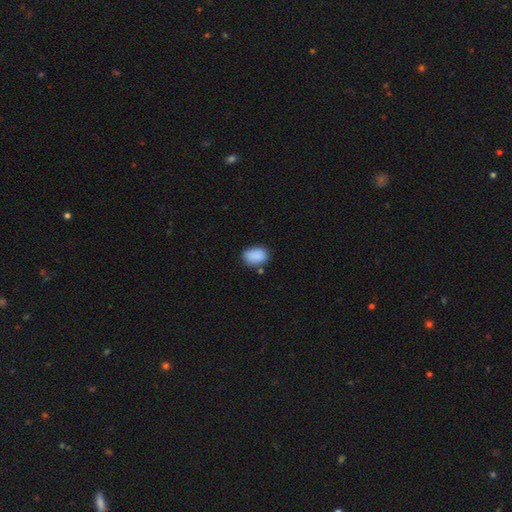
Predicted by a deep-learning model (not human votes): Morphology: type=smooth (89%); roundness=in between (83%); merging=none (74%).